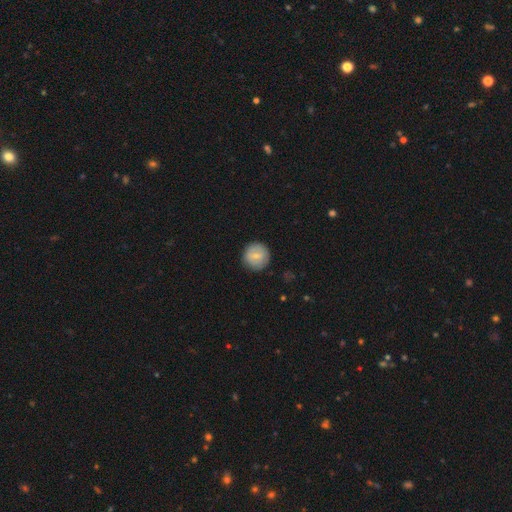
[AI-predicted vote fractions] Q: Smooth or featured?
A: smooth (65%); runner-up: featured or disk (28%)
Q: How rounded?
A: round (94%); runner-up: in between (5%)
Q: Merging?
A: none (88%); runner-up: minor disturbance (8%)